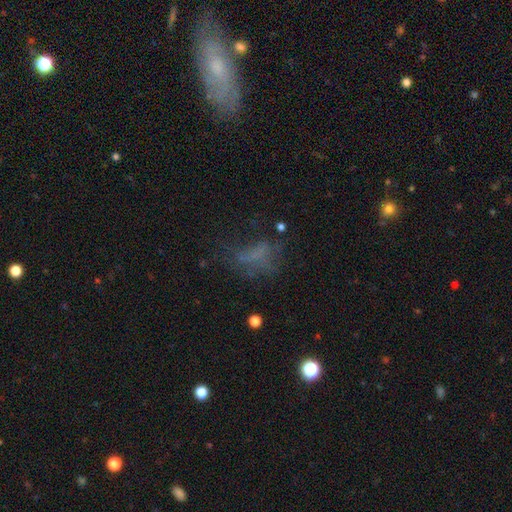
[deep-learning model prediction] The model was most divided on "merging": none: 40%, major disturbance: 35%, minor disturbance: 20%, merger: 4%. Remaining: smooth or featured — smooth (41%).